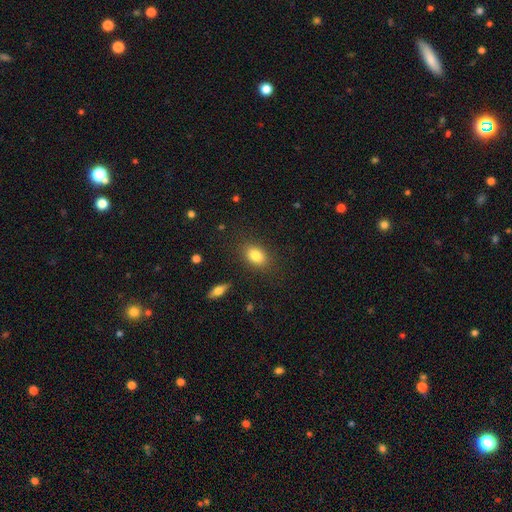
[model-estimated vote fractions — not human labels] Smooth or featured? Predicted: smooth (p=0.82). How rounded? Predicted: in between (p=0.80). Merging? Predicted: none (p=0.84).